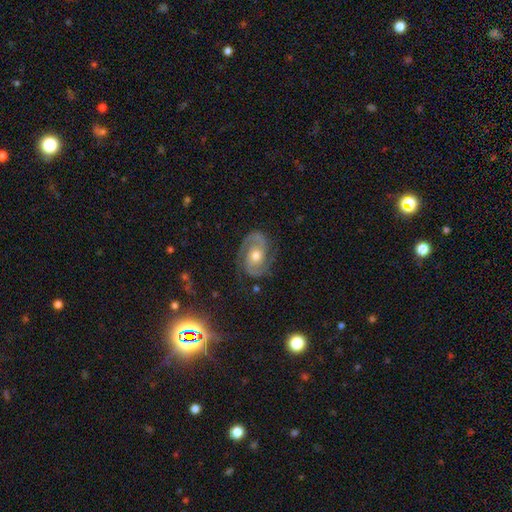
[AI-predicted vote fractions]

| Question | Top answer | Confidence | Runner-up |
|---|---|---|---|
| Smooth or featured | featured or disk | 88% | smooth (7%) |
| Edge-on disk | no | 97% | yes (3%) |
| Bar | no | 69% | weak (25%) |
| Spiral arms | yes | 97% | no (3%) |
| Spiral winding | medium | 49% | tight (39%) |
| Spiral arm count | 2 | 91% | can't tell (3%) |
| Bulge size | moderate | 73% | small (20%) |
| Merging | none | 78% | minor disturbance (14%) |